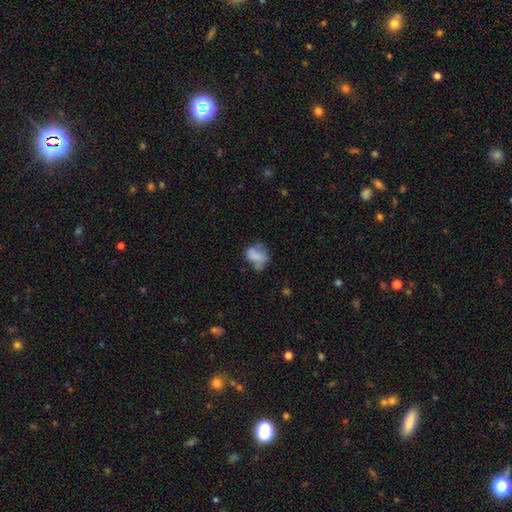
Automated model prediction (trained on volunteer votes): Overall: smooth (67%). How rounded: in between (60%; round 38%). Merging: none (41%; minor disturbance 32%).